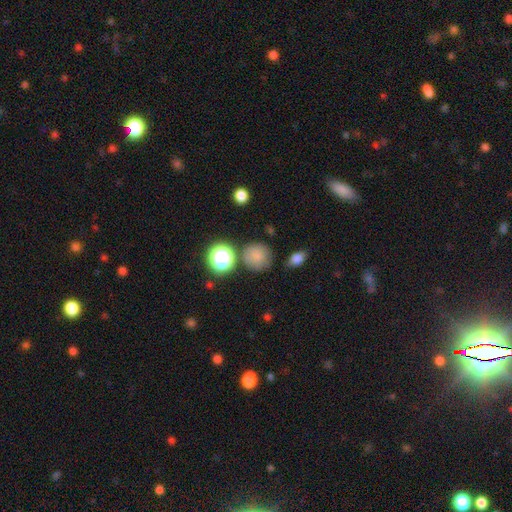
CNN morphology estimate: smooth-or-featured: smooth: 77% | star or artifact: 14% | featured or disk: 9%
  how-rounded: round: 88% | in between: 11% | cigar-shaped: 1%
  merging: none: 72% | minor disturbance: 16% | merger: 6% | major disturbance: 6%